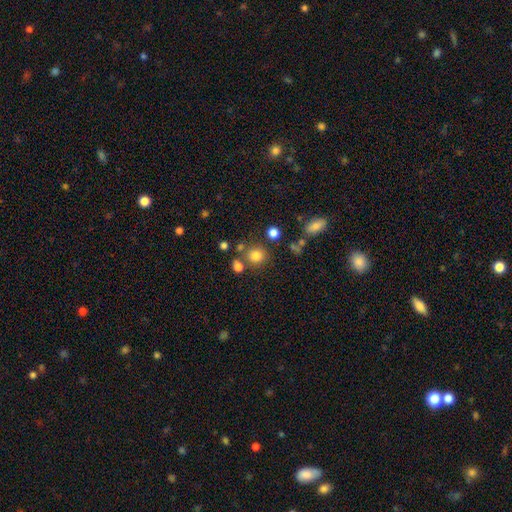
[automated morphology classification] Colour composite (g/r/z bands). It shows a smooth galaxy with no disk features (80%) that is round (85%). Merging: none (73%).